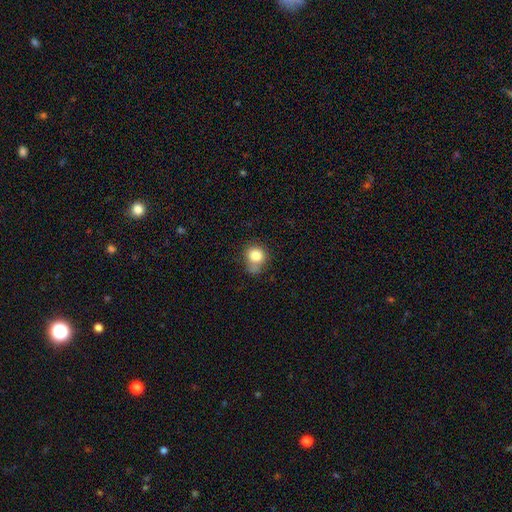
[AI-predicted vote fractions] Smooth or featured?
  - smooth: 81% *
  - star or artifact: 10%
  - featured or disk: 9%
How rounded?
  - round: 76% *
  - in between: 23%
  - cigar-shaped: 1%
Merging?
  - none: 48% *
  - minor disturbance: 30%
  - major disturbance: 12%
  - merger: 11%